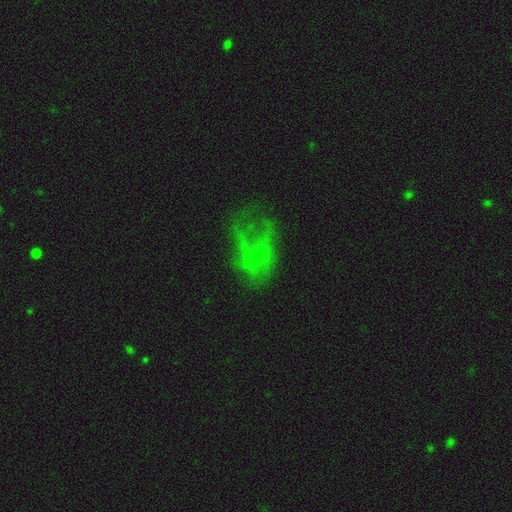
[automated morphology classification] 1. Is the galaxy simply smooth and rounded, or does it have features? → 46% featured or disk, 33% smooth, 20% star or artifact.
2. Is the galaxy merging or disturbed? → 42% major disturbance, 35% none, 20% minor disturbance, 4% merger.